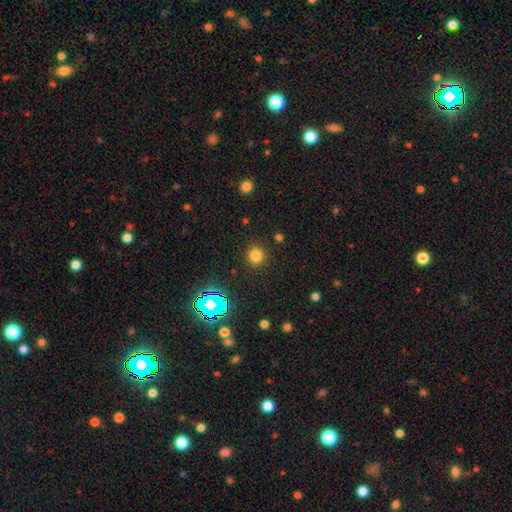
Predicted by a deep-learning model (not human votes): Overall: smooth (77%). How rounded: round (94%). Merging: none (90%).